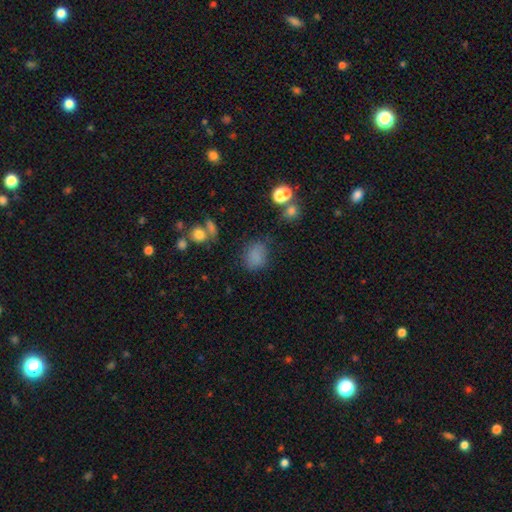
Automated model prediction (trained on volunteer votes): Smooth or featured: smooth — 78% (star or artifact — 15%)
How rounded: in between — 51% (round — 47%)
Merging: none — 67% (minor disturbance — 20%)